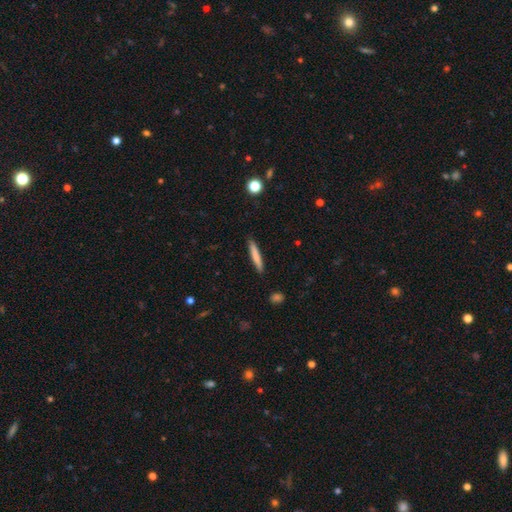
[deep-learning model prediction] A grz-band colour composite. It shows a smooth galaxy with no disk features (77%) that is cigar-shaped (94%). Merging: none (89%).